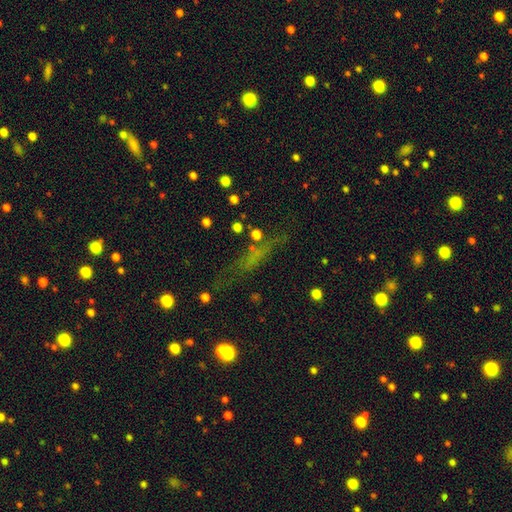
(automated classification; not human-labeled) smooth 44%, star or artifact 29%, featured or disk 27%. Down the decision tree: merging — none (66%).